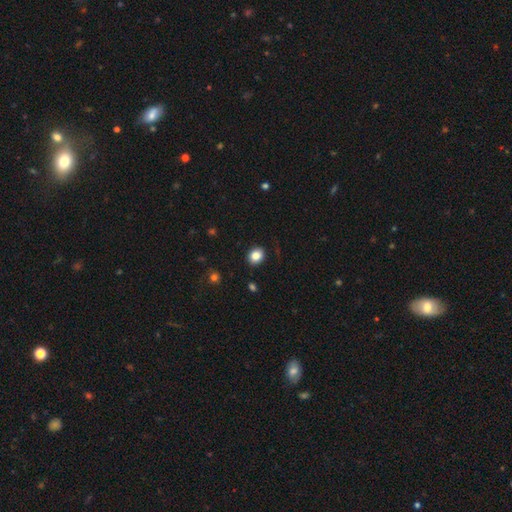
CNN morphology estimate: A smooth galaxy with no disk features (85%) that is round (55%). Merging: none (90%).